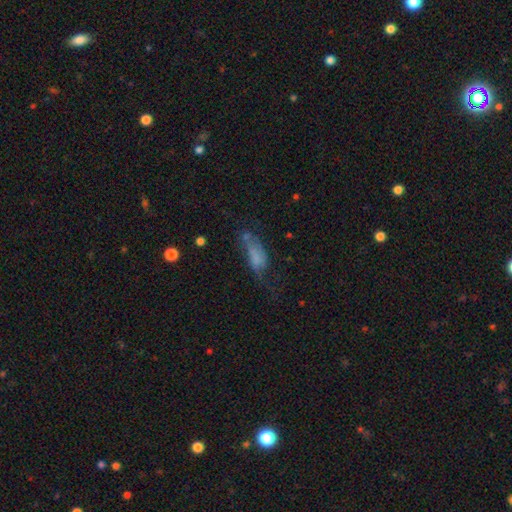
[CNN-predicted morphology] smooth_or_featured: smooth (p=0.55) [alt: featured or disk p=0.31]
how_rounded: in between (p=0.70) [alt: cigar-shaped p=0.26]
merging: major disturbance (p=0.40) [alt: none p=0.26]